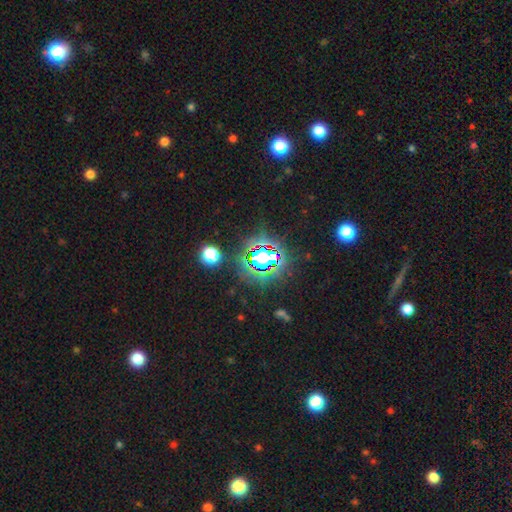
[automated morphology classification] Smooth or featured? star or artifact (82%)